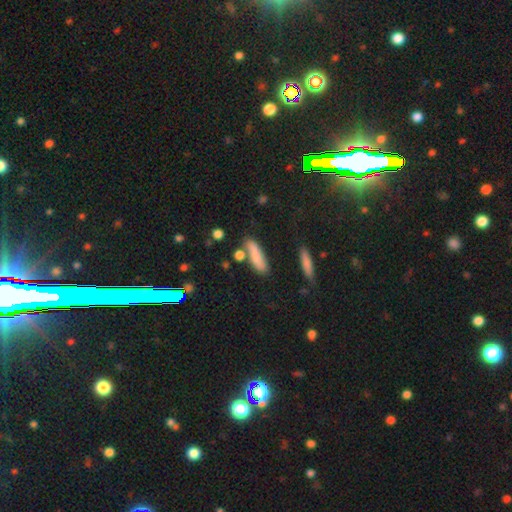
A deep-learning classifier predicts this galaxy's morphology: A smooth galaxy with no disk features (75%) that is cigar-shaped (59%). Merging: none (67%).